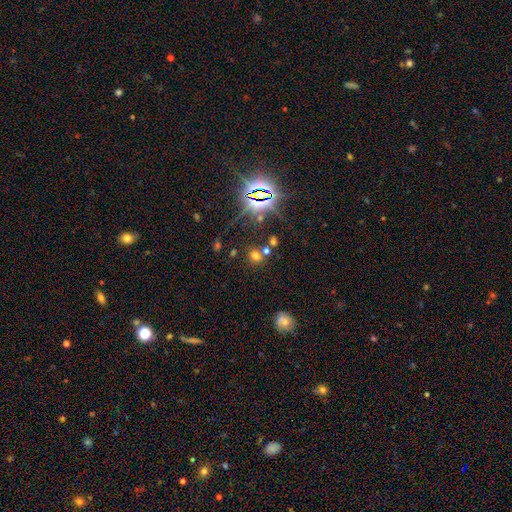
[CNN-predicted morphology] Q: Smooth or featured?
A: smooth (53%); runner-up: star or artifact (38%)
Q: How rounded?
A: round (69%); runner-up: in between (29%)
Q: Merging?
A: none (69%); runner-up: merger (18%)